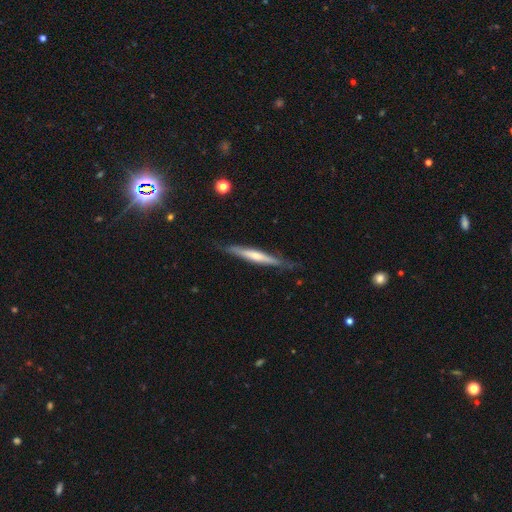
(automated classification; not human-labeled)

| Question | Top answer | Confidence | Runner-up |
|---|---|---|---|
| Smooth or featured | featured or disk | 53% | smooth (42%) |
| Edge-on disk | yes | 93% | no (7%) |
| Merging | none | 79% | minor disturbance (16%) |